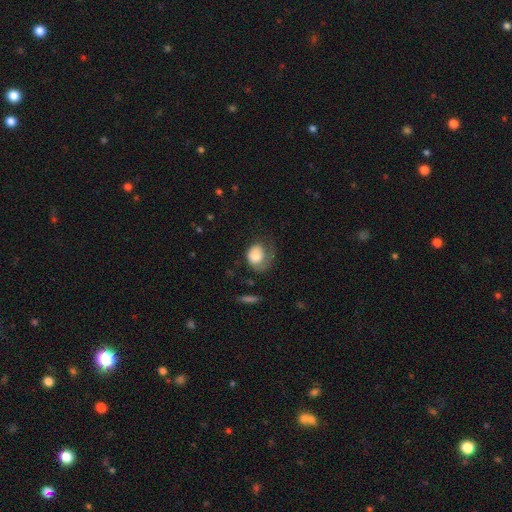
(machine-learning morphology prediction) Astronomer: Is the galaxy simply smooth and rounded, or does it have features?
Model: smooth — 65%.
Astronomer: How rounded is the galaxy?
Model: round — 53% (runner-up: in between, 46%).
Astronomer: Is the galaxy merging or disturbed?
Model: major disturbance — 44% (runner-up: none, 31%).